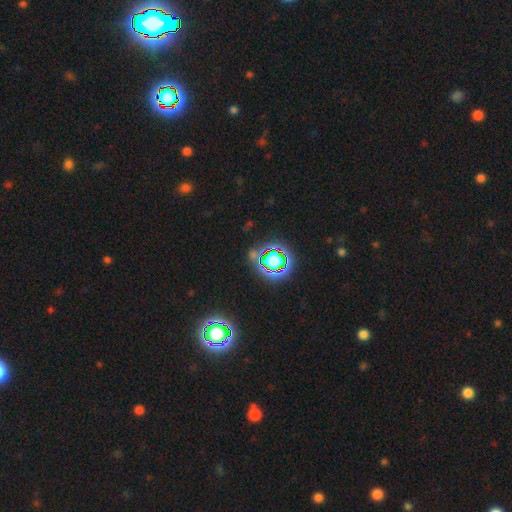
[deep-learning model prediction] star or artifact 75%, smooth 15%, featured or disk 10%.